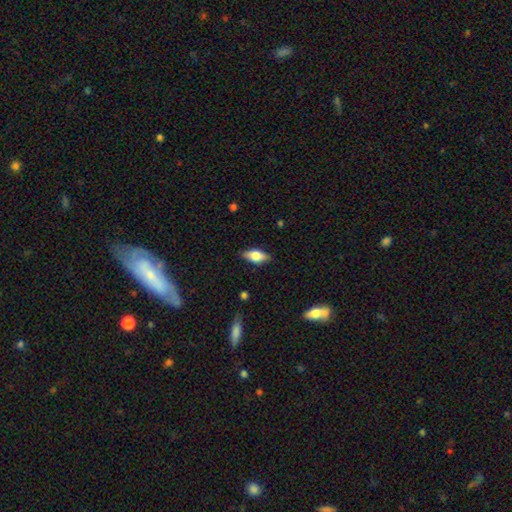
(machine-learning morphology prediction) type=smooth (63%); roundness=in between (82%); merging=none (84%).